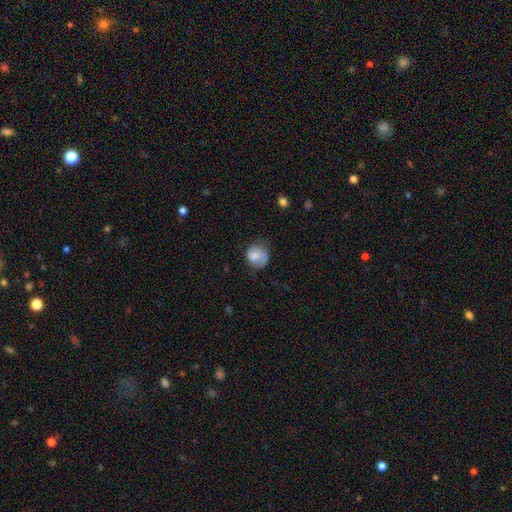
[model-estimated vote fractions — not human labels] A smooth galaxy with no disk features (75%) that is round (76%). Merging: none (49%).